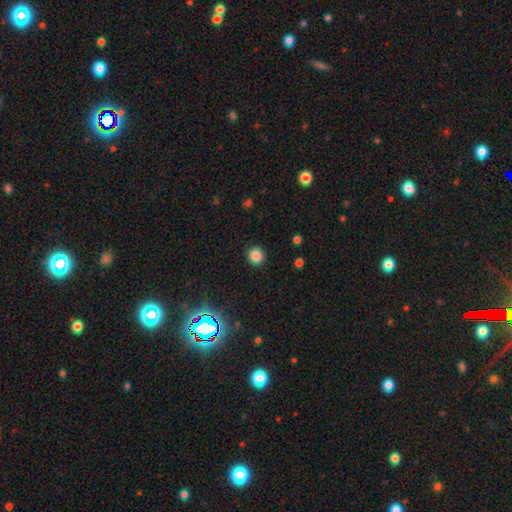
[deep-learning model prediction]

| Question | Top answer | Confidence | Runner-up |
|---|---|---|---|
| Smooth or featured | smooth | 83% | star or artifact (13%) |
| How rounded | round | 88% | in between (11%) |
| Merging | none | 91% | minor disturbance (6%) |